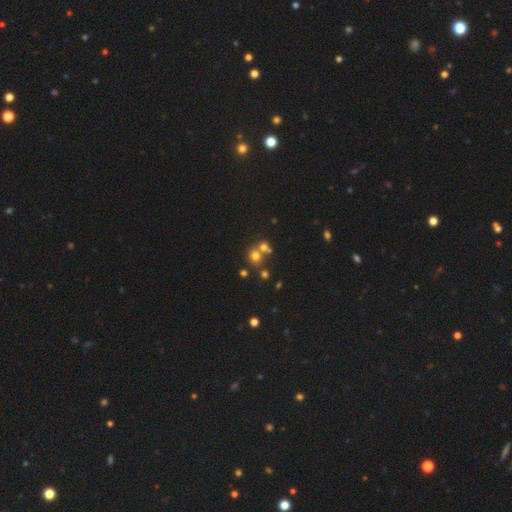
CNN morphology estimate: The model was most divided on "merging": none: 53%, merger: 37%, minor disturbance: 7%, major disturbance: 3%. More confident: how rounded — round (84%); smooth or featured — smooth (67%).